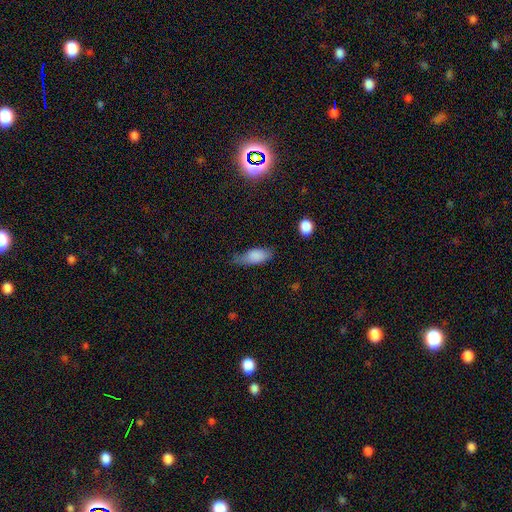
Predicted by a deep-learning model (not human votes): A smooth galaxy with no disk features (83%) that is in between round and cigar-shaped (83%).

Vote fractions:
- Smooth or featured? smooth: 83% / featured or disk: 10% / star or artifact: 7%
- How rounded? in between: 83% / cigar-shaped: 14% / round: 3%
- Merging? none: 49% / minor disturbance: 38% / major disturbance: 11% / merger: 2%